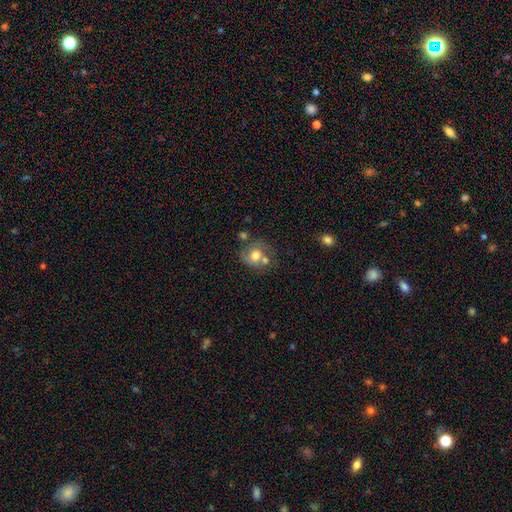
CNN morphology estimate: Smooth or featured: smooth — 60% (featured or disk — 30%)
How rounded: round — 72% (in between — 27%)
Merging: none — 41% (merger — 32%)